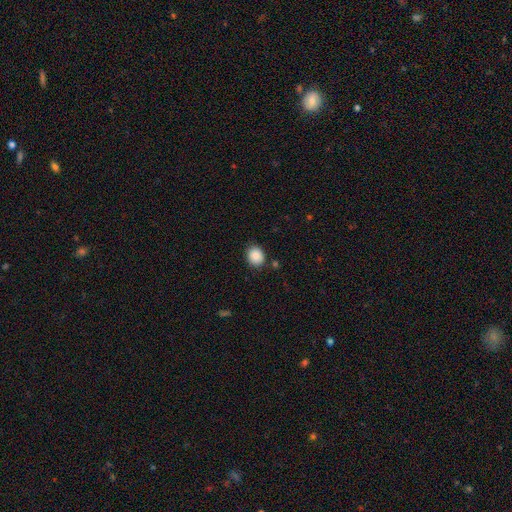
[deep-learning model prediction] A smooth galaxy with no disk features (86%) that is round (70%).

Vote fractions:
- Smooth or featured? smooth: 86% / star or artifact: 9% / featured or disk: 6%
- How rounded? round: 70% / in between: 29% / cigar-shaped: 1%
- Merging? none: 85% / minor disturbance: 10% / merger: 3% / major disturbance: 2%